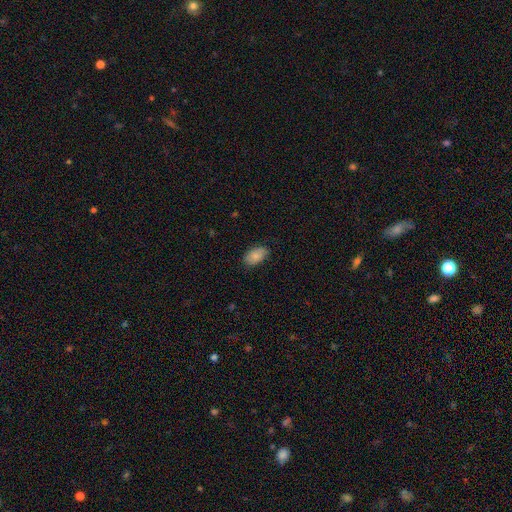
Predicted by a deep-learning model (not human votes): Smooth or featured: smooth — 82% (featured or disk — 11%)
How rounded: in between — 93% (round — 5%)
Merging: none — 82% (minor disturbance — 15%)